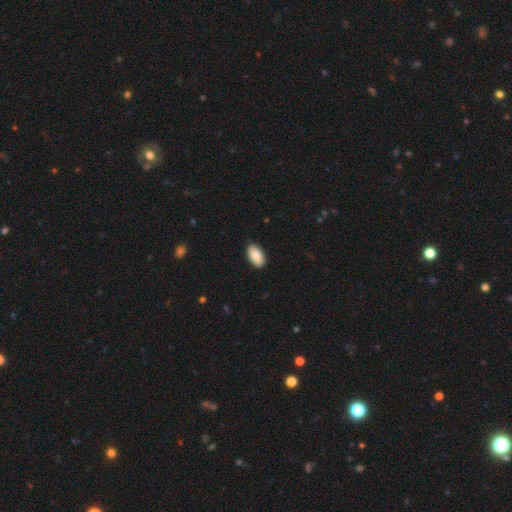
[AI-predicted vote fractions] The model was most divided on "merging": none: 88%, minor disturbance: 10%, major disturbance: 2%, merger: 1%. More confident: how rounded — in between (95%); smooth or featured — smooth (88%).